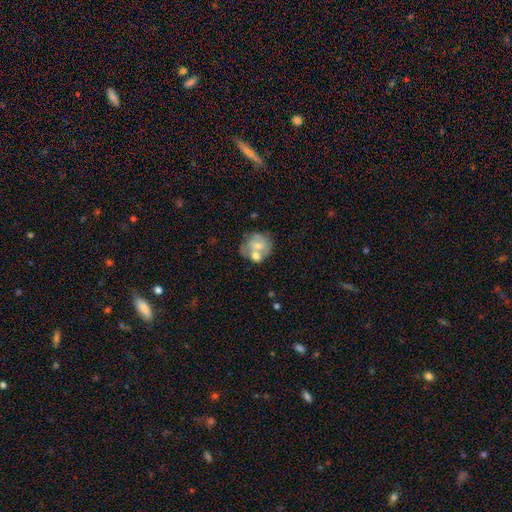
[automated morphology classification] This appears to be a smooth galaxy with no disk features (55%) that is round (71%). Merging: merger (44%).